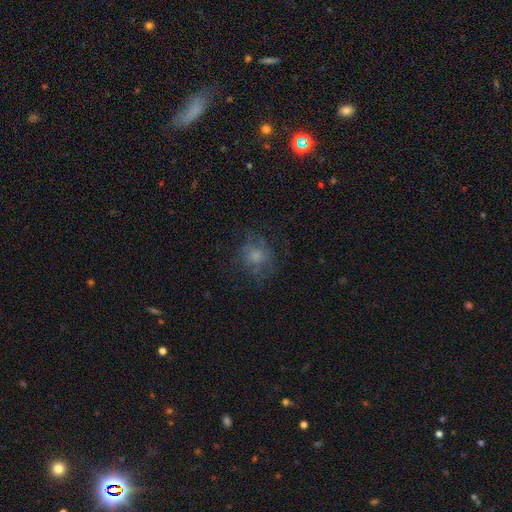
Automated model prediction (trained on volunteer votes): The model was most divided on "smooth or featured": smooth: 61%, featured or disk: 25%, star or artifact: 14%. More confident: how rounded — round (80%); merging — none (63%).